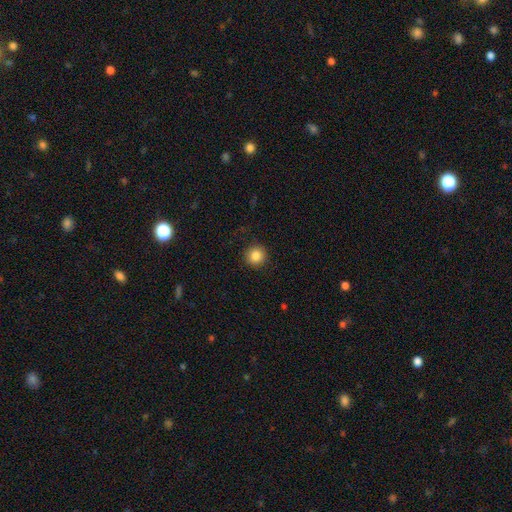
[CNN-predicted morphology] Smooth or featured? Predicted: smooth (p=0.85). How rounded? Predicted: round (p=0.94). Merging? Predicted: none (p=0.91).